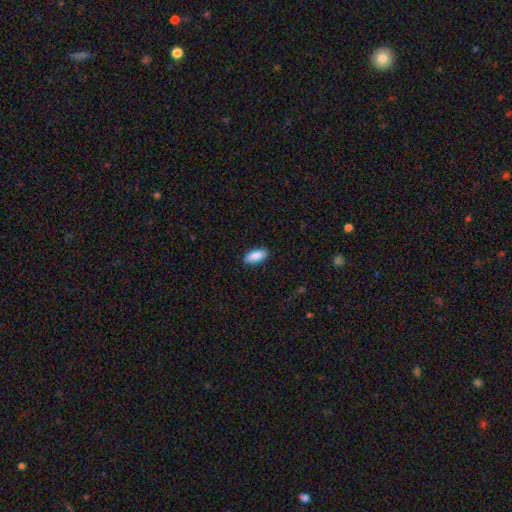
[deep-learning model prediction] This appears to be a smooth galaxy with no disk features (89%) that is in between round and cigar-shaped (89%). Merging: none (85%).